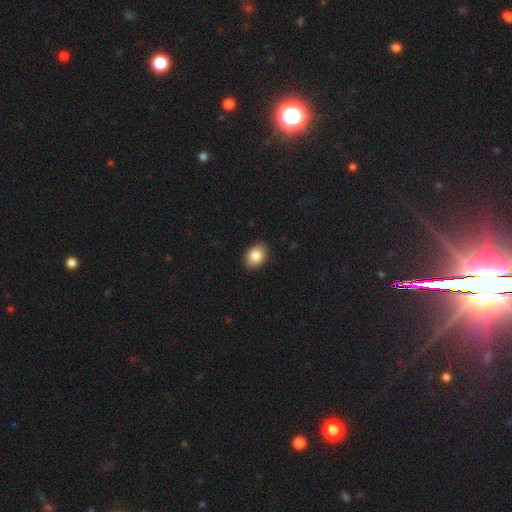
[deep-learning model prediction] Smooth or featured?
  - smooth: 85% *
  - star or artifact: 8%
  - featured or disk: 7%
How rounded?
  - in between: 67% *
  - round: 32%
  - cigar-shaped: 1%
Merging?
  - none: 89% *
  - minor disturbance: 8%
  - major disturbance: 2%
  - merger: 1%